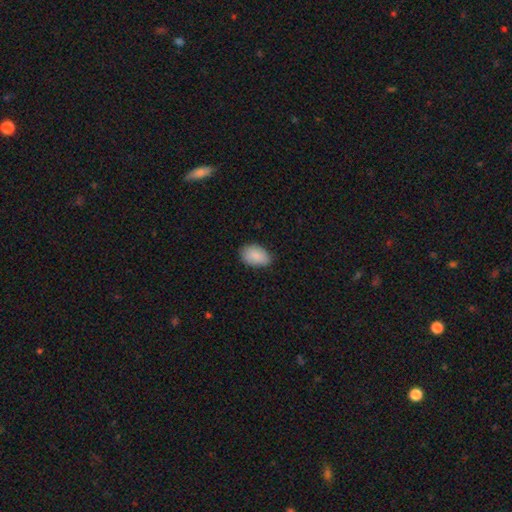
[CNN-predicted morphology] type=smooth (89%); roundness=in between (90%); merging=none (78%).